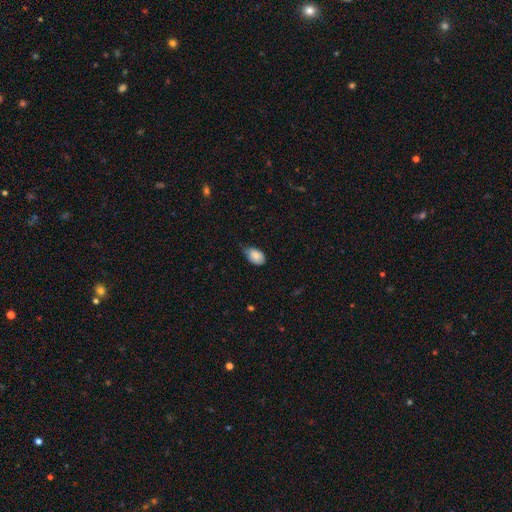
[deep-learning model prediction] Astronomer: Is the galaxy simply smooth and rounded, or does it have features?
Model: smooth — 84%.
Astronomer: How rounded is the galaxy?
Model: in between — 90%.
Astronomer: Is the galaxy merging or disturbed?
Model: none — 50% (runner-up: minor disturbance, 42%).